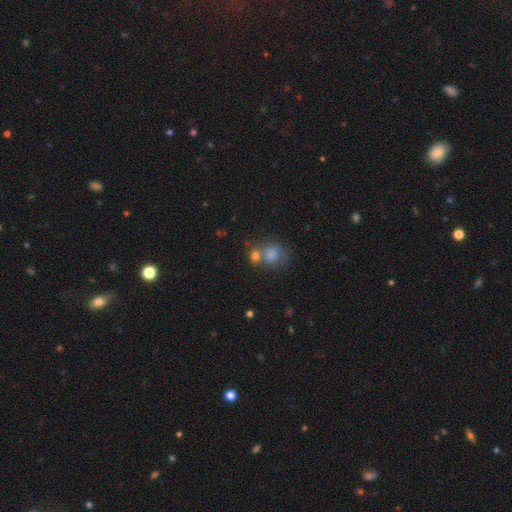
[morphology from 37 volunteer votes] A smooth galaxy with no disk features (81%) that is round (73%). Merging: none (61%).